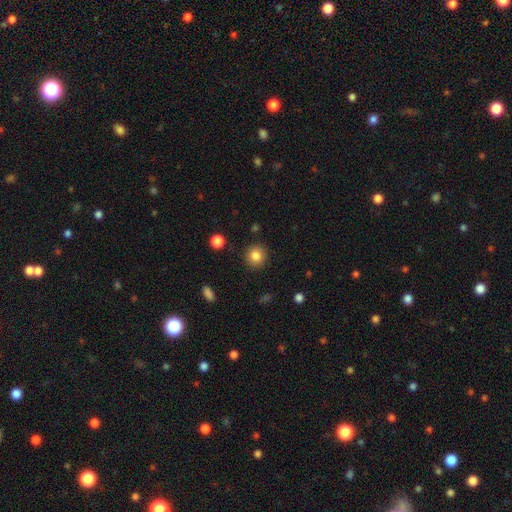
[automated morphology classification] This is clearly a smooth galaxy (84%). How rounded: clearly round (90%). Merging: clearly none (90%).